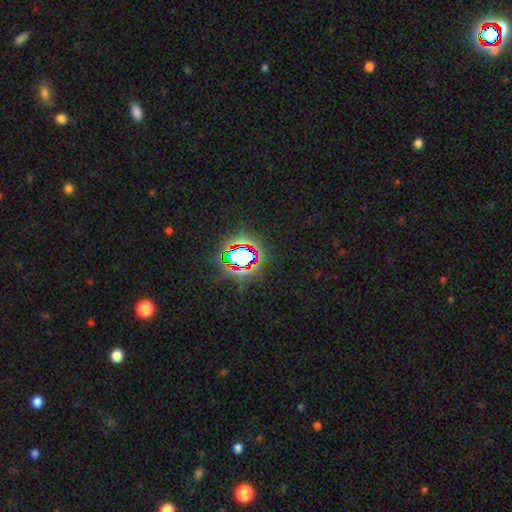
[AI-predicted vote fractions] This appears to be a star or artifact, not a galaxy (80%).